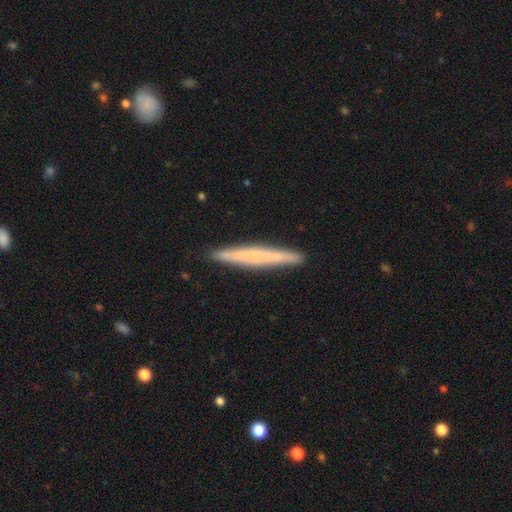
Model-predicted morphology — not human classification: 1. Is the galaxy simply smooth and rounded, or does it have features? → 53% smooth, 41% featured or disk, 6% star or artifact.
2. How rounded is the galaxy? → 96% cigar-shaped, 2% in between, 1% round.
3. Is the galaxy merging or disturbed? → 91% none, 7% minor disturbance, 1% major disturbance, 1% merger.